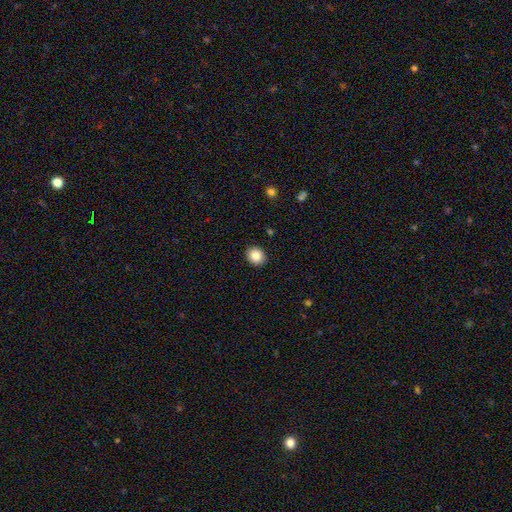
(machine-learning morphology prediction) A smooth galaxy with no disk features (86%) that is round (65%).

Vote fractions:
- Smooth or featured? smooth: 86% / star or artifact: 9% / featured or disk: 5%
- How rounded? round: 65% / in between: 34% / cigar-shaped: 1%
- Merging? none: 91% / minor disturbance: 6% / major disturbance: 2% / merger: 1%